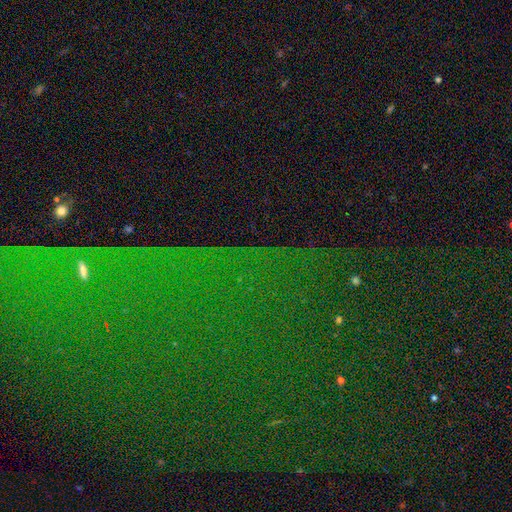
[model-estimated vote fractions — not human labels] This appears to be a star or artifact, not a galaxy (86%).